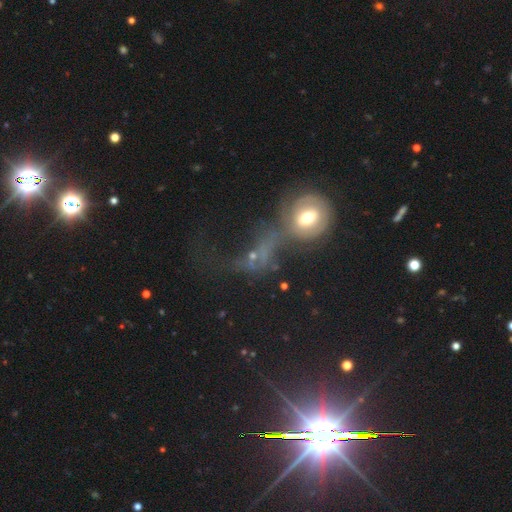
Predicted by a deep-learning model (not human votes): This is marginally a smooth galaxy (37%). Merging: marginally merger (44%).